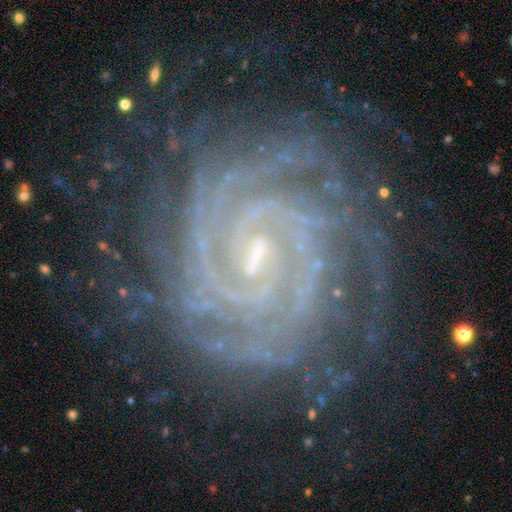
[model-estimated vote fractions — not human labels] This is clearly a featured or disk galaxy (91%). It is clearly not viewed edge-on (98%). Bar: marginally weak (44%). Spiral arm pattern: clearly yes (99%). Spiral arm count: marginally 2 (31%). Spiral winding: clearly tight (85%). Central bulge: likely small (78%). Merging: likely none (78%).